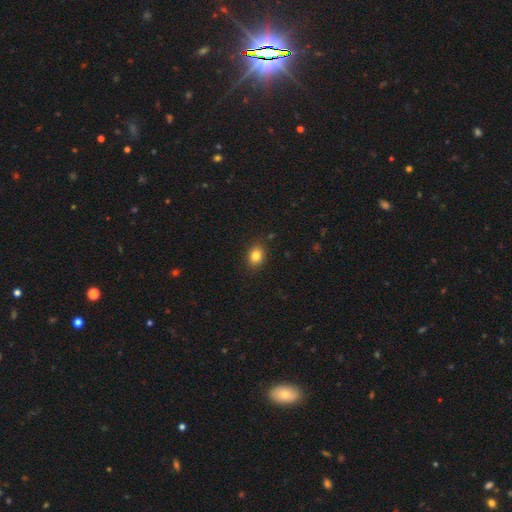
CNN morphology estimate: Smooth or featured? smooth (83%)
How rounded? in between (57%)
Merging? none (87%)